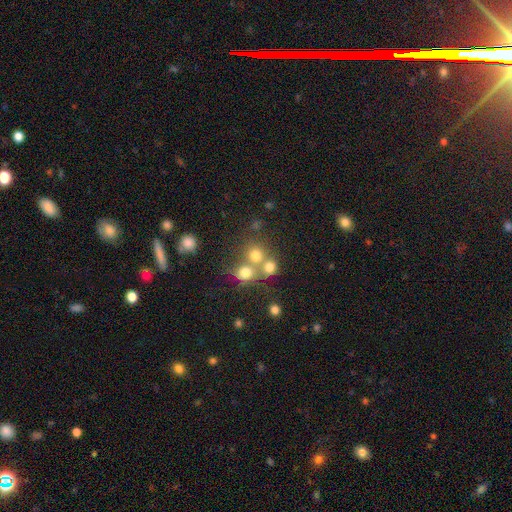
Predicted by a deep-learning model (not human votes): A smooth galaxy with no disk features (70%) that is round (84%). Merging: none (48%).